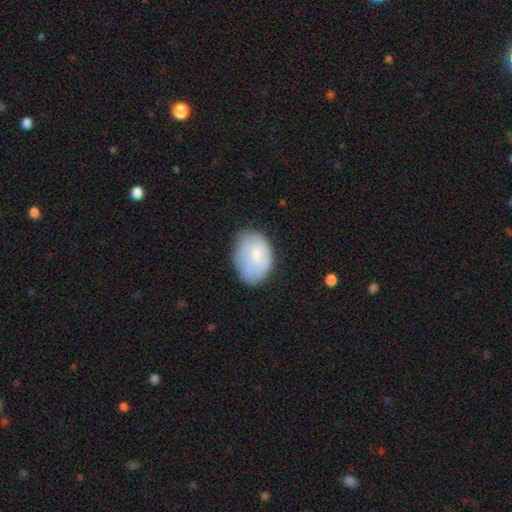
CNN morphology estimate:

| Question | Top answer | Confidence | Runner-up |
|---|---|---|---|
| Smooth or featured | smooth | 73% | featured or disk (20%) |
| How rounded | in between | 81% | round (18%) |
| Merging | none | 60% | minor disturbance (29%) |